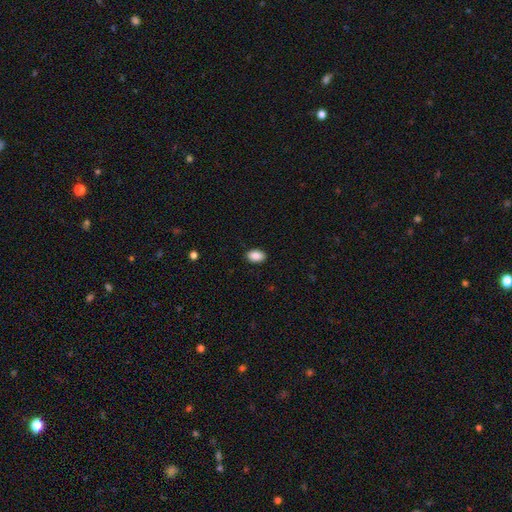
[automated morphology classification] The model was most divided on "how rounded": in between: 88%, round: 10%, cigar-shaped: 1%. More confident: merging — none (89%); smooth or featured — smooth (89%).